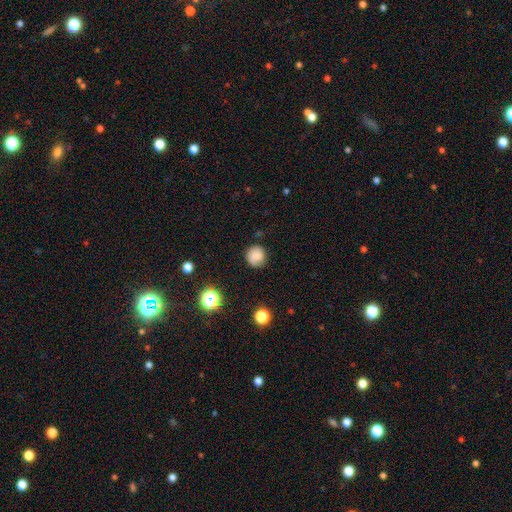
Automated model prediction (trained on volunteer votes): A smooth galaxy with no disk features (73%) that is round (88%).

Vote fractions:
- Smooth or featured? smooth: 73% / featured or disk: 15% / star or artifact: 12%
- How rounded? round: 88% / in between: 11% / cigar-shaped: 1%
- Merging? none: 74% / minor disturbance: 18% / major disturbance: 6% / merger: 2%